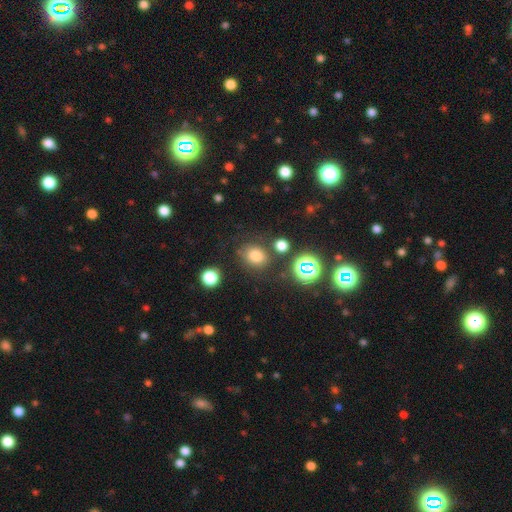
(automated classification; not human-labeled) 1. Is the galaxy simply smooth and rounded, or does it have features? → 74% smooth, 18% star or artifact, 7% featured or disk.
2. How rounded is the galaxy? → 60% round, 39% in between, 1% cigar-shaped.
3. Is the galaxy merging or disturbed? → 75% none, 14% minor disturbance, 7% merger, 5% major disturbance.